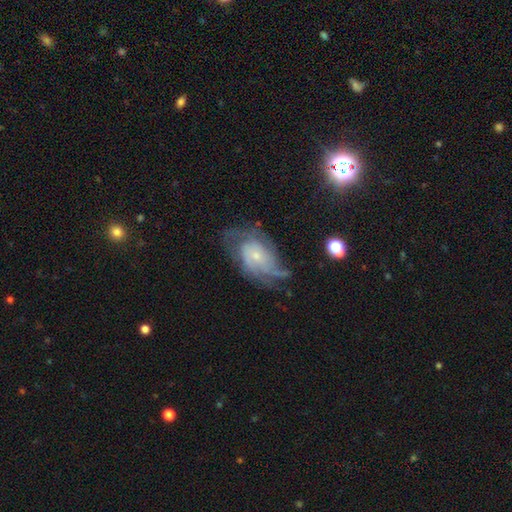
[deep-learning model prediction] Morphology: type=featured or disk (76%); edge-on=no (96%); bar=no (69%); spiral arms=yes (90%); winding=medium (41%); arm count=can't tell (37%); bulge=small (69%); merging=none (49%).